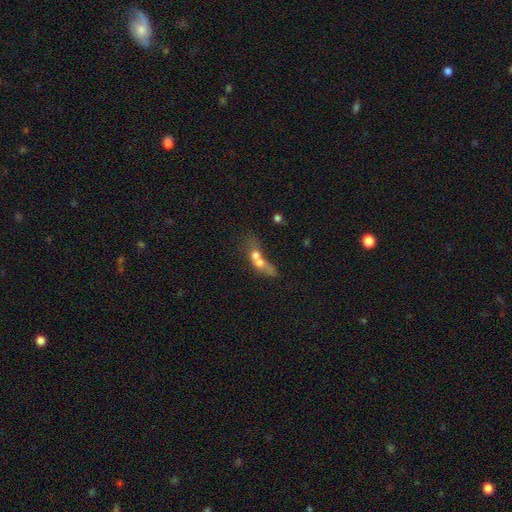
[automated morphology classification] type=smooth (56%); roundness=in between (44%); merging=merger (69%).